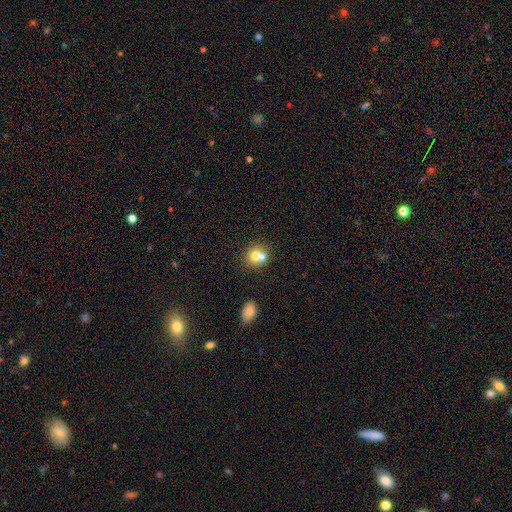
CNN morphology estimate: type=smooth (71%); roundness=round (78%); merging=none (46%).